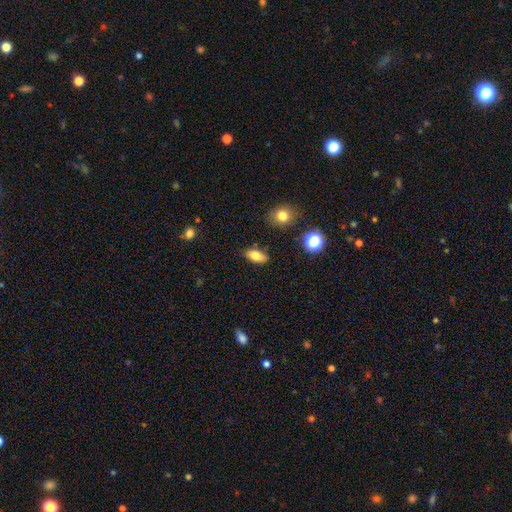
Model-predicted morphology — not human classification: This appears to be a smooth galaxy with no disk features (78%) that is in between round and cigar-shaped (87%). Merging: none (84%).